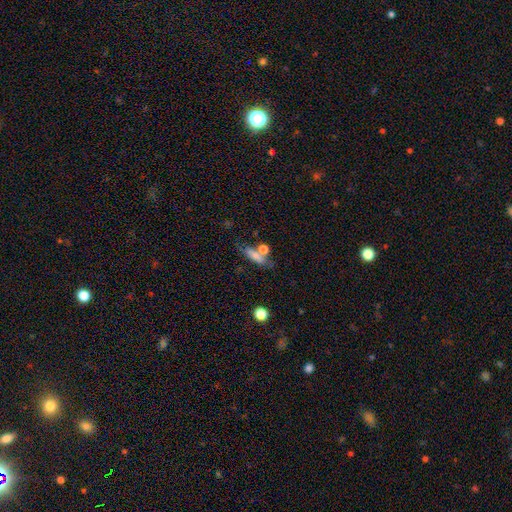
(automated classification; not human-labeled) Smooth or featured? smooth (70%)
How rounded? cigar-shaped (53%)
Merging? none (56%)